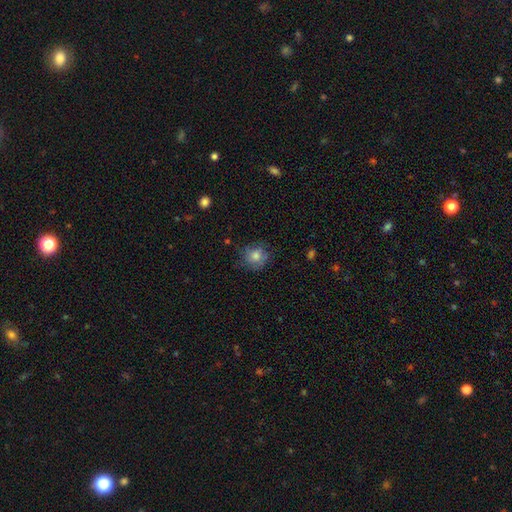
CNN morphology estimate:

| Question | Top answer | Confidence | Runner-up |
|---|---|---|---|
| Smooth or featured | smooth | 67% | featured or disk (20%) |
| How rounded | round | 84% | in between (15%) |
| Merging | none | 71% | minor disturbance (19%) |